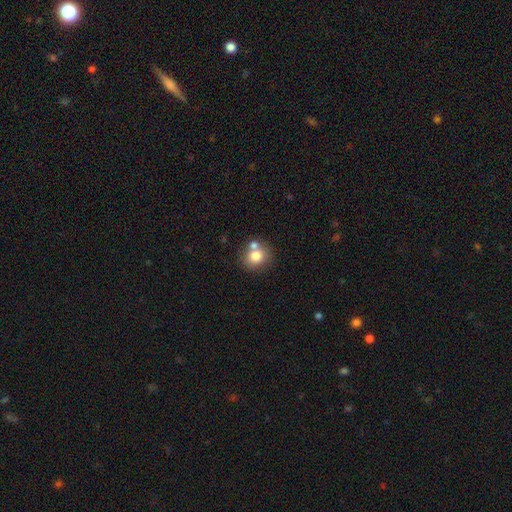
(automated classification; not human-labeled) smooth-or-featured: smooth: 77% | featured or disk: 12% | star or artifact: 11%
  how-rounded: round: 80% | in between: 19% | cigar-shaped: 1%
  merging: none: 57% | merger: 30% | minor disturbance: 10% | major disturbance: 3%